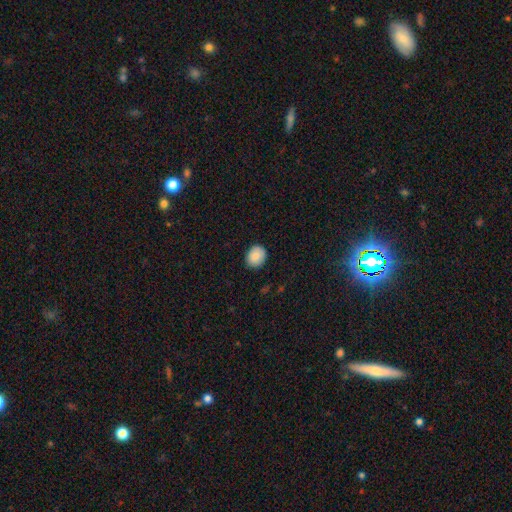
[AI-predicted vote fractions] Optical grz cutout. It shows a smooth galaxy with no disk features (88%) that is round (62%). Merging: none (86%).